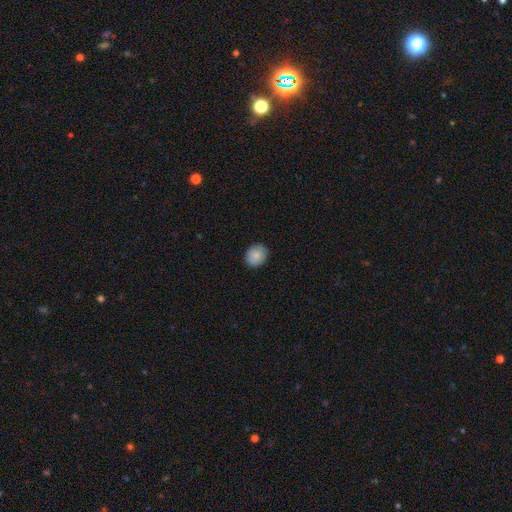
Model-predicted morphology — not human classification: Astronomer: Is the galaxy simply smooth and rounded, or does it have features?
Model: smooth — 85%.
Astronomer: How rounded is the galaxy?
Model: round — 76%.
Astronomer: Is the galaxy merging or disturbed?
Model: none — 85%.